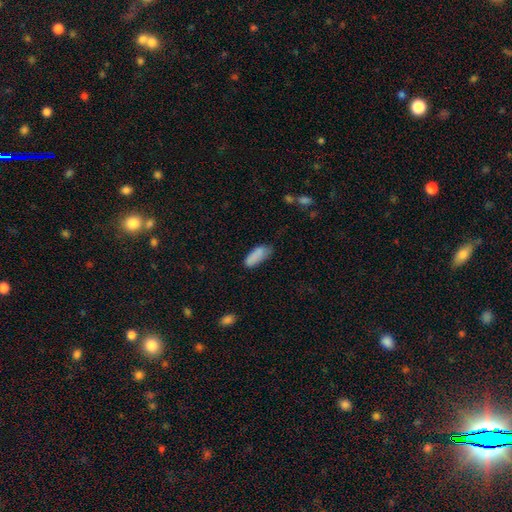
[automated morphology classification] type=smooth (85%); roundness=in between (76%); merging=none (60%).